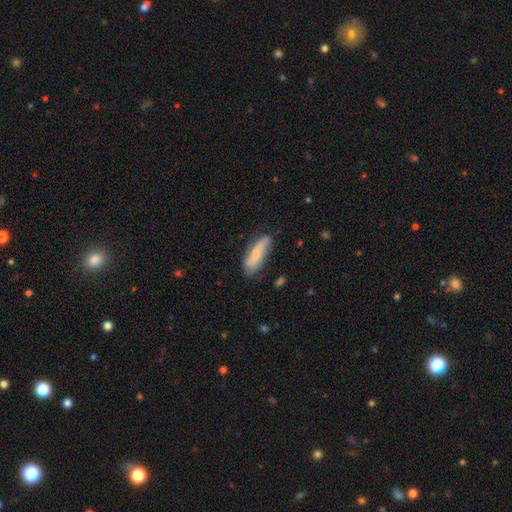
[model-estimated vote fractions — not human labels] smooth-or-featured: smooth: 71% | featured or disk: 23% | star or artifact: 6%
  how-rounded: cigar-shaped: 51% | in between: 47% | round: 2%
  merging: none: 70% | minor disturbance: 23% | major disturbance: 5% | merger: 2%